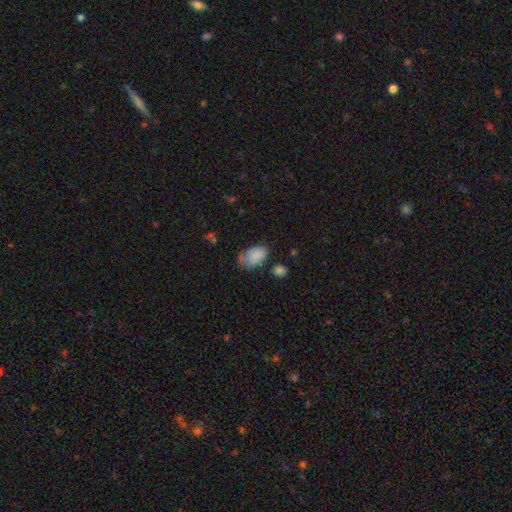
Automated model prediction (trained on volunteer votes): smooth-or-featured: smooth: 84% | featured or disk: 9% | star or artifact: 8%
  how-rounded: in between: 91% | round: 8% | cigar-shaped: 1%
  merging: none: 50% | minor disturbance: 34% | major disturbance: 11% | merger: 5%